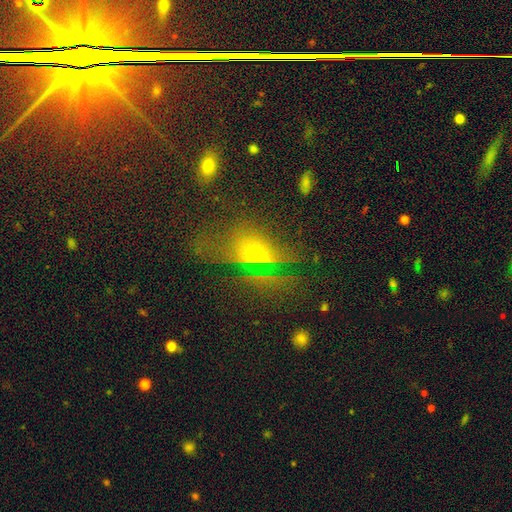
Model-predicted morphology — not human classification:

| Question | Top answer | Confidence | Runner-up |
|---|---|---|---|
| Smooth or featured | smooth | 43% | star or artifact (31%) |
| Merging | none | 51% | major disturbance (23%) |